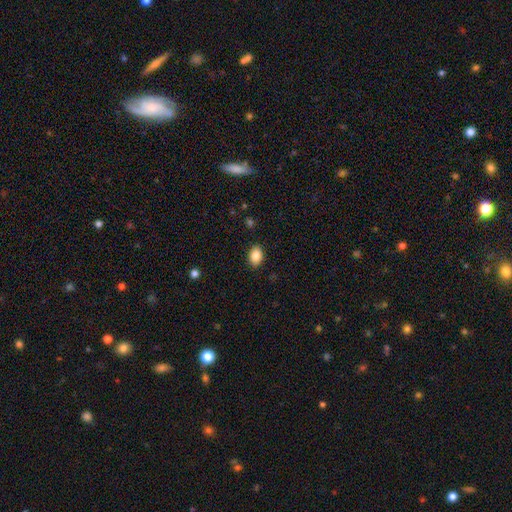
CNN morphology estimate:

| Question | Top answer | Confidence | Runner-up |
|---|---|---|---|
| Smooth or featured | smooth | 87% | star or artifact (8%) |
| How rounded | in between | 77% | round (22%) |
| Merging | none | 88% | minor disturbance (8%) |